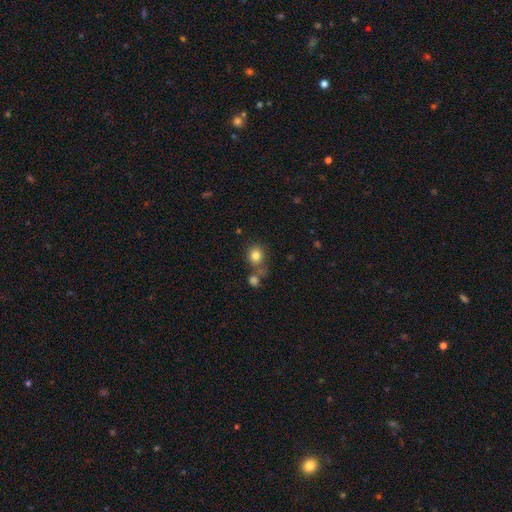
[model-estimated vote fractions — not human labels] This appears to be a smooth galaxy with no disk features (81%) that is round (73%). Merging: none (60%).